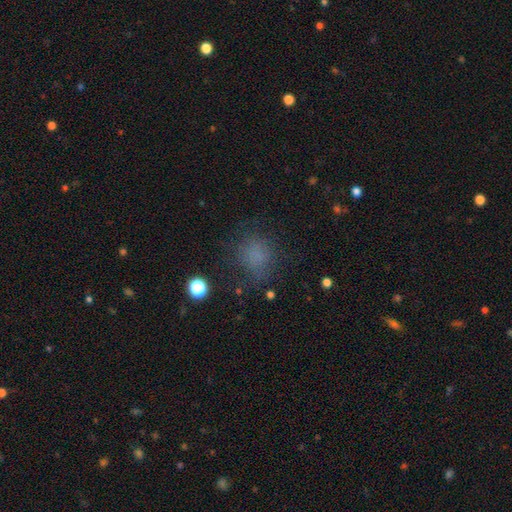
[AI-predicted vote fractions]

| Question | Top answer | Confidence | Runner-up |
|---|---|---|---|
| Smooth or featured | smooth | 70% | star or artifact (20%) |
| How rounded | round | 75% | in between (23%) |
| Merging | none | 70% | minor disturbance (16%) |